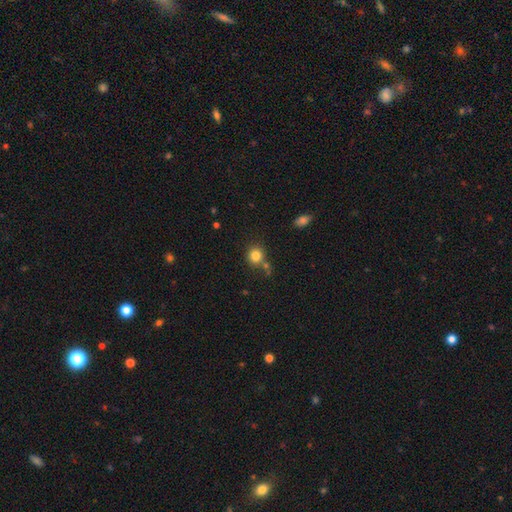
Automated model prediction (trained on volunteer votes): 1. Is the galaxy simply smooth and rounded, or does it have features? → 82% smooth, 12% star or artifact, 6% featured or disk.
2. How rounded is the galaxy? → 86% round, 13% in between, 1% cigar-shaped.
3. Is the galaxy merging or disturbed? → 68% none, 16% merger, 12% minor disturbance, 4% major disturbance.